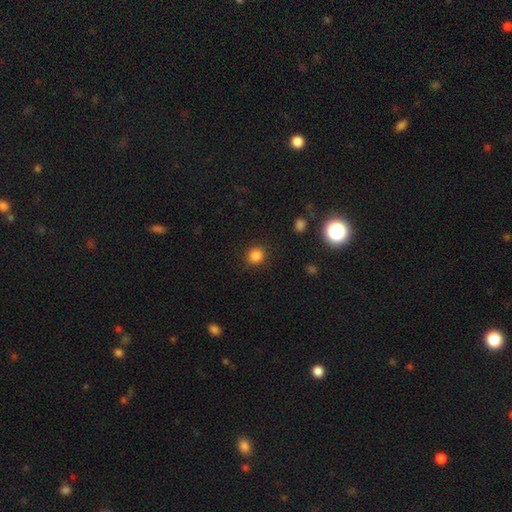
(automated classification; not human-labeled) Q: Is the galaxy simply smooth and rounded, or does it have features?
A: smooth — 84%.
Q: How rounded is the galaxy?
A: round — 90%.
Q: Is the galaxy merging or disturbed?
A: none — 90%.